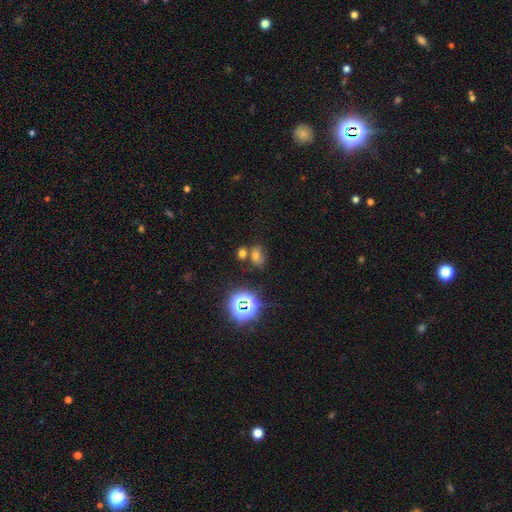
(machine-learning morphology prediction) A smooth galaxy with no disk features (49%).

Vote fractions:
- Smooth or featured? smooth: 49% / star or artifact: 39% / featured or disk: 12%
- Merging? none: 53% / merger: 27% / minor disturbance: 14% / major disturbance: 6%